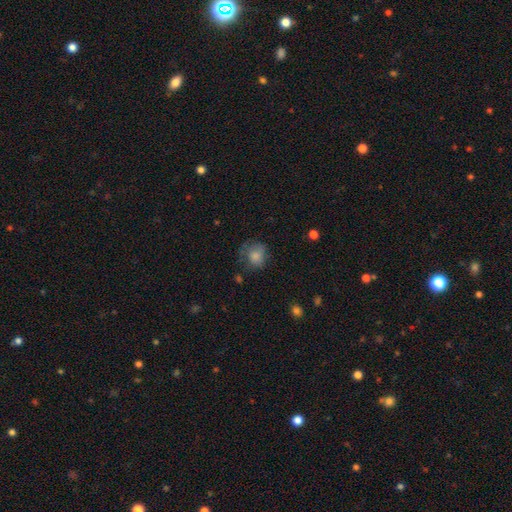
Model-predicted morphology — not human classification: Smooth or featured? Predicted: smooth (p=0.76). How rounded? Predicted: round (p=0.70). Merging? Predicted: none (p=0.49).